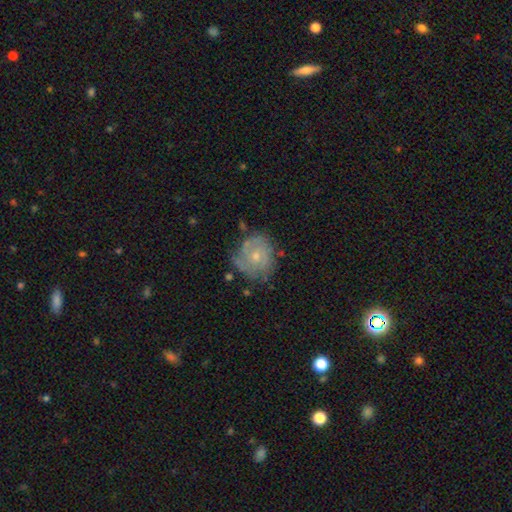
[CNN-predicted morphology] This is possibly a featured or disk galaxy (57%). It is clearly not viewed edge-on (97%). Bar: clearly no (81%). Spiral arm pattern: likely yes (68%). Central bulge: possibly small (55%). Merging: likely none (61%).